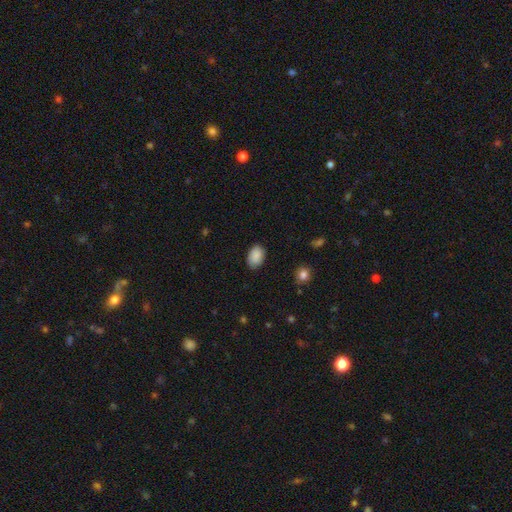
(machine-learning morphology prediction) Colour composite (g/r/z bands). It shows a smooth galaxy with no disk features (88%) that is in between round and cigar-shaped (86%). Merging: none (83%).